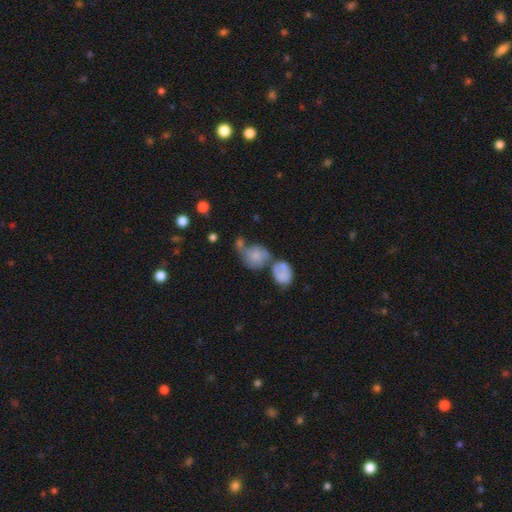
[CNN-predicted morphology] A smooth galaxy with no disk features (67%) that is round (55%). Merging: merger (41%).